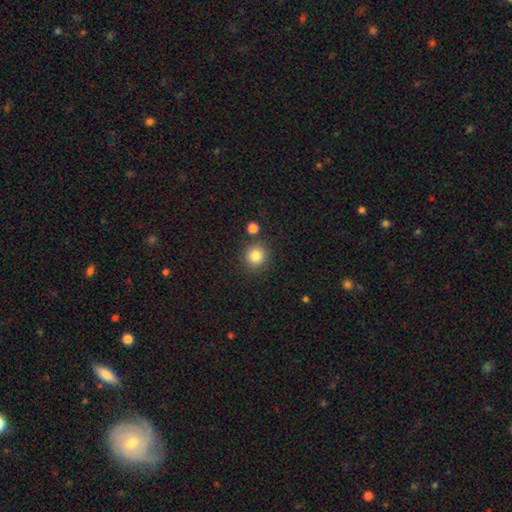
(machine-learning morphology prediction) A smooth galaxy with no disk features (84%) that is round (90%).

Vote fractions:
- Smooth or featured? smooth: 84% / star or artifact: 11% / featured or disk: 5%
- How rounded? round: 90% / in between: 9% / cigar-shaped: 1%
- Merging? none: 82% / minor disturbance: 8% / merger: 7% / major disturbance: 3%